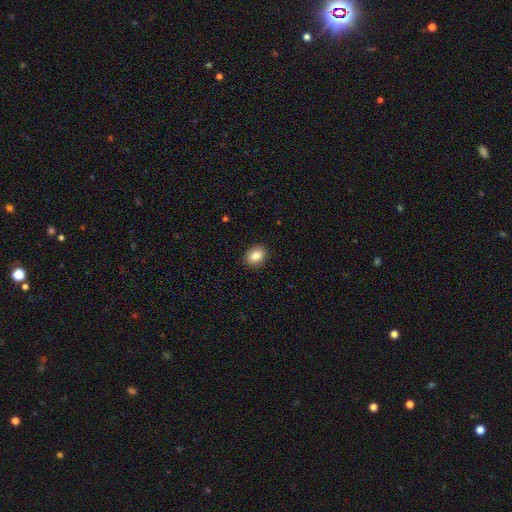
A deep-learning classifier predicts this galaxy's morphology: Smooth or featured? smooth (84%)
How rounded? in between (56%)
Merging? none (90%)